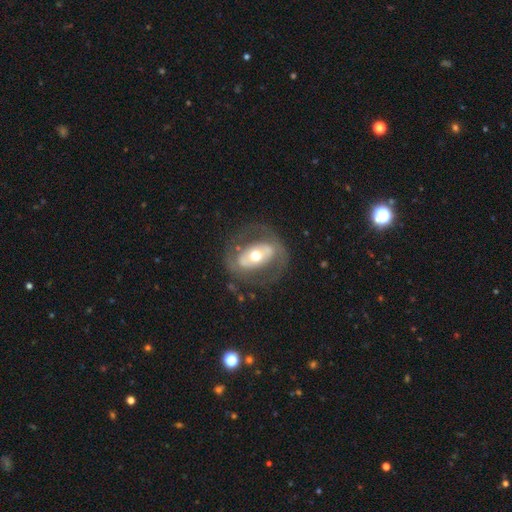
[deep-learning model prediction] Morphology: type=featured or disk (67%); edge-on=no (92%); bar=no (44%); spiral arms=no (65%); bulge=moderate (68%); merging=none (70%).